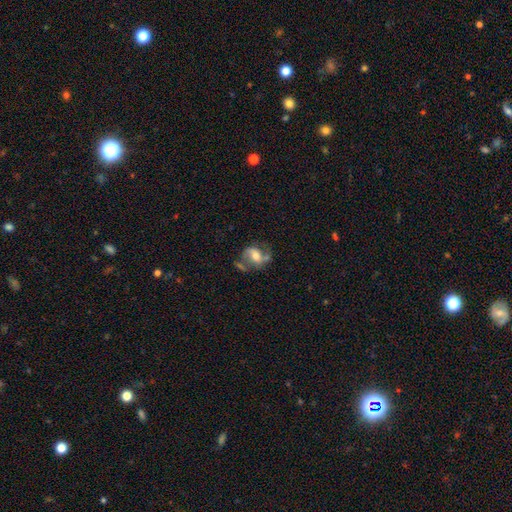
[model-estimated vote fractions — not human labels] smooth_or_featured: featured or disk (p=0.71) [alt: smooth p=0.21]
disk_edge_on: no (p=0.97) [alt: yes p=0.03]
bar: weak (p=0.40) [alt: no p=0.35]
has_spiral_arms: yes (p=0.88) [alt: no p=0.12]
spiral_winding: medium (p=0.46) [alt: loose p=0.40]
spiral_arm_count: 2 (p=0.85) [alt: 1 p=0.06]
bulge_size: moderate (p=0.63) [alt: small p=0.22]
merging: none (p=0.52) [alt: minor disturbance p=0.21]